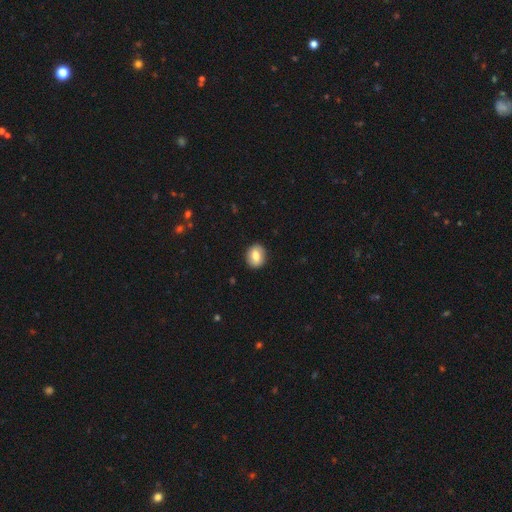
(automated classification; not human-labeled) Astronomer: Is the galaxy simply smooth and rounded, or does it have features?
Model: smooth — 70%.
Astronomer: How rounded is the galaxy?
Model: round — 56% (runner-up: in between, 42%).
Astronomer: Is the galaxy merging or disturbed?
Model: none — 88%.